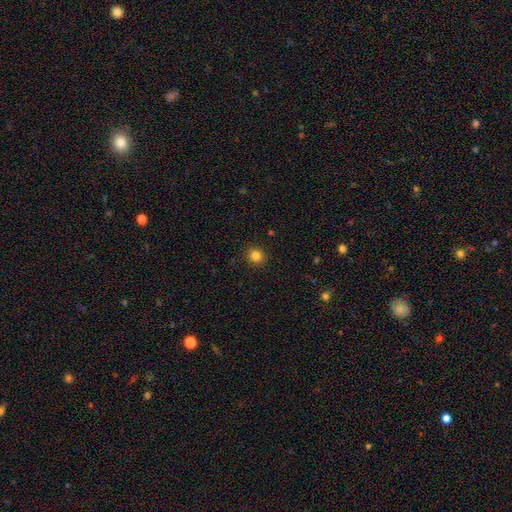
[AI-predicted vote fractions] Smooth or featured?
  - smooth: 84% *
  - star or artifact: 12%
  - featured or disk: 4%
How rounded?
  - round: 90% *
  - in between: 9%
  - cigar-shaped: 1%
Merging?
  - none: 92% *
  - minor disturbance: 5%
  - major disturbance: 2%
  - merger: 1%